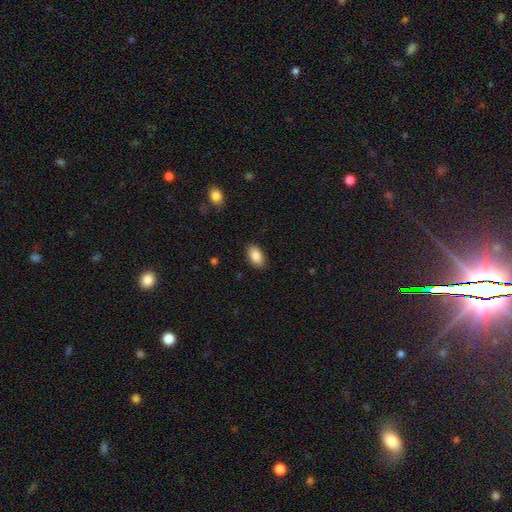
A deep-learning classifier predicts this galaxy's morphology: Smooth or featured: smooth — 86% (star or artifact — 7%)
How rounded: in between — 92% (round — 6%)
Merging: none — 88% (minor disturbance — 9%)